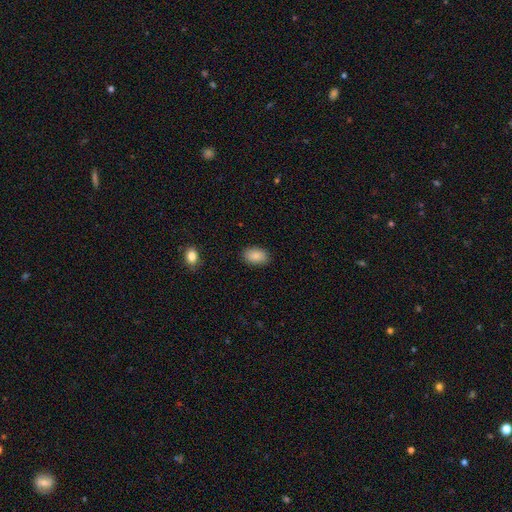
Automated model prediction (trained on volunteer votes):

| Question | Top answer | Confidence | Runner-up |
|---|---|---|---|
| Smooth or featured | smooth | 89% | star or artifact (7%) |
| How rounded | in between | 91% | round (8%) |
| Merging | none | 87% | minor disturbance (9%) |